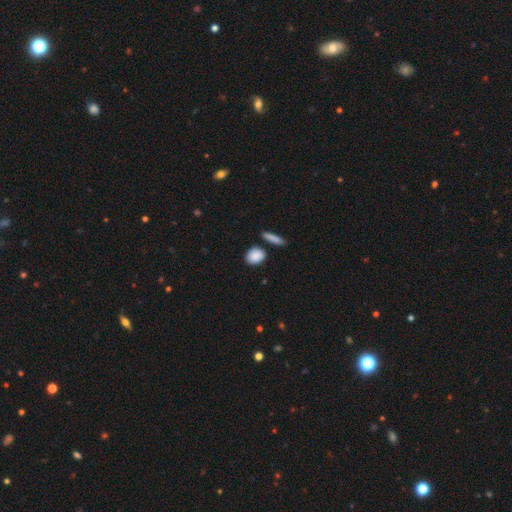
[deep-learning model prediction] A smooth galaxy with no disk features (88%) that is round (50%). Merging: none (81%).